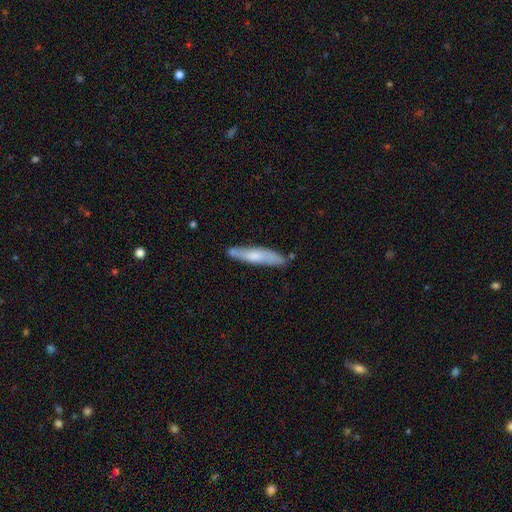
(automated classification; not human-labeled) smooth_or_featured: smooth (p=0.61) [alt: featured or disk p=0.34]
how_rounded: cigar-shaped (p=0.86) [alt: in between p=0.13]
merging: none (p=0.78) [alt: minor disturbance p=0.16]